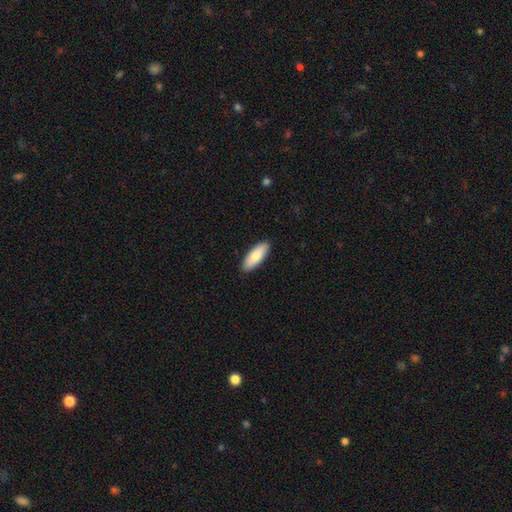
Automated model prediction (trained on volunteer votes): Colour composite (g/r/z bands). It shows a smooth galaxy with no disk features (79%) that is in between round and cigar-shaped (69%). Merging: none (90%).